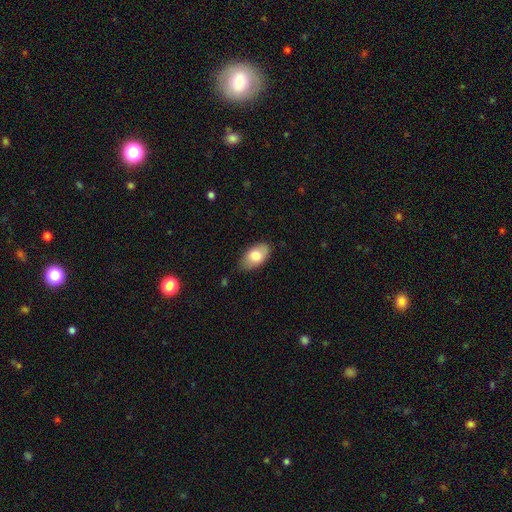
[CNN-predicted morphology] The model was most divided on "merging": none: 78%, minor disturbance: 18%, major disturbance: 3%, merger: 1%. More confident: how rounded — in between (93%); smooth or featured — smooth (78%).